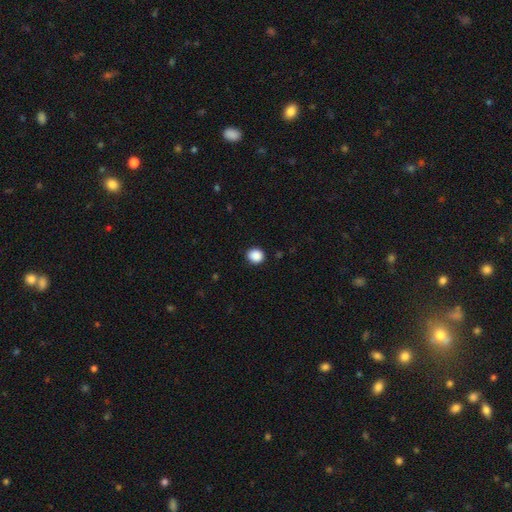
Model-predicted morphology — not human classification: Smooth or featured?
  - smooth: 89% *
  - star or artifact: 9%
  - featured or disk: 2%
How rounded?
  - round: 79% *
  - in between: 20%
  - cigar-shaped: 1%
Merging?
  - none: 91% *
  - minor disturbance: 6%
  - major disturbance: 2%
  - merger: 1%